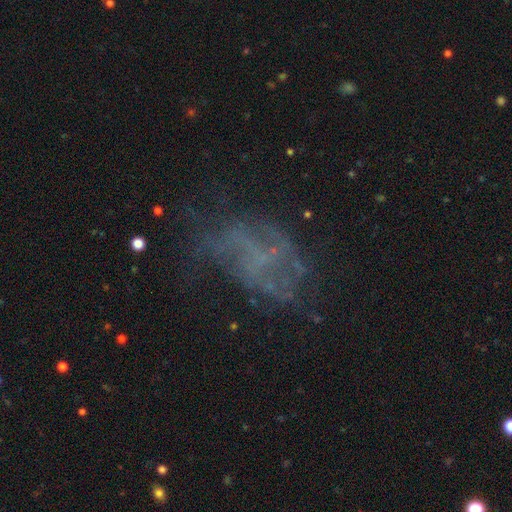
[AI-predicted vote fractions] Smooth or featured?
  - featured or disk: 56% *
  - star or artifact: 23%
  - smooth: 21%
Edge-on disk?
  - no: 97% *
  - yes: 3%
Bar?
  - no: 83% *
  - weak: 13%
  - strong: 4%
Spiral arms?
  - no: 67% *
  - yes: 33%
Bulge size?
  - none: 83% *
  - small: 10%
  - moderate: 4%
  - large: 2%
  - dominant: 1%
Merging?
  - none: 45% *
  - major disturbance: 32%
  - minor disturbance: 20%
  - merger: 3%